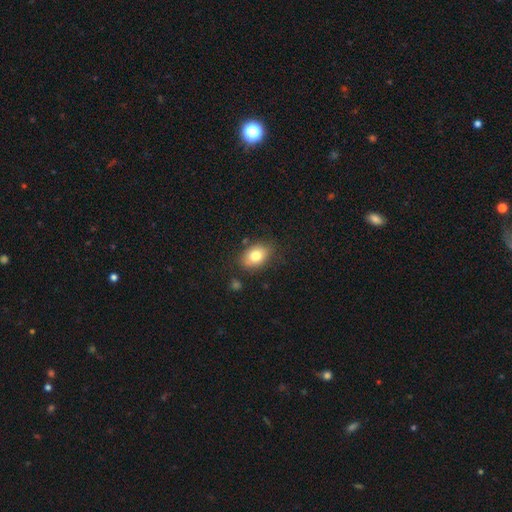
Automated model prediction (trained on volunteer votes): Smooth or featured? smooth (79%)
How rounded? in between (79%)
Merging? none (79%)